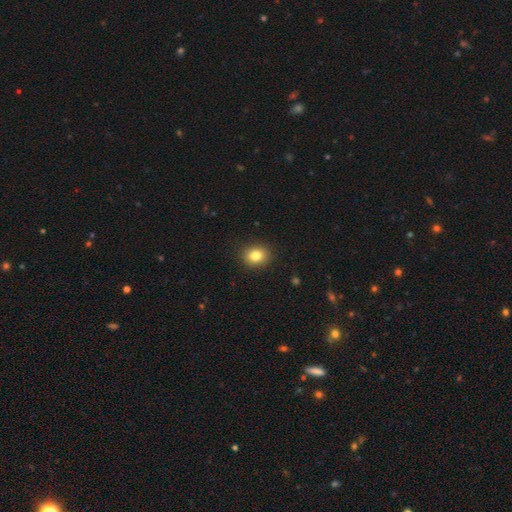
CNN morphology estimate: Smooth or featured? Predicted: smooth (p=0.83). How rounded? Predicted: round (p=0.60). Merging? Predicted: none (p=0.90).